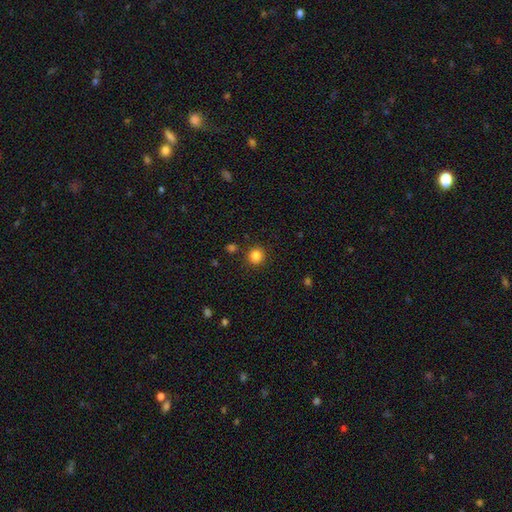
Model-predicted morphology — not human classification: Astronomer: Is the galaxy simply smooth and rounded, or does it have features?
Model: smooth — 85%.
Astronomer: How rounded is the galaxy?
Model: round — 89%.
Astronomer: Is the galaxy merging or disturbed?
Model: none — 88%.